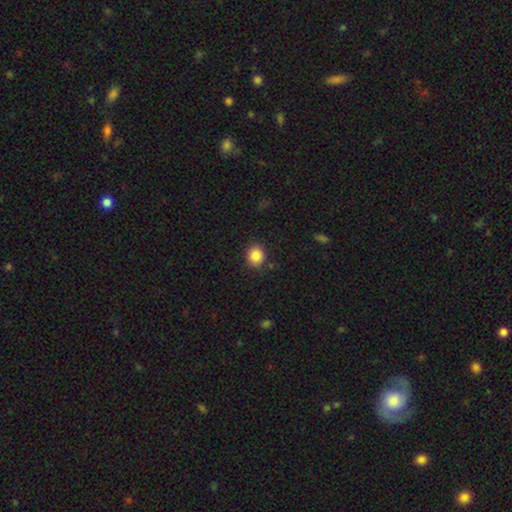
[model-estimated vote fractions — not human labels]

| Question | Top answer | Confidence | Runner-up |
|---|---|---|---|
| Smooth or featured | smooth | 87% | star or artifact (9%) |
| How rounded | round | 75% | in between (24%) |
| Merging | none | 85% | minor disturbance (10%) |